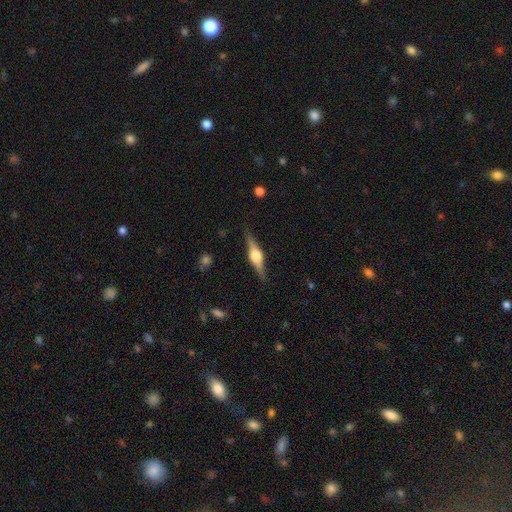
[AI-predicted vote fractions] Overall: featured or disk (75%). Edge-on disk: yes (97%). Edge-on bulge: rounded (92%). Merging: none (87%).